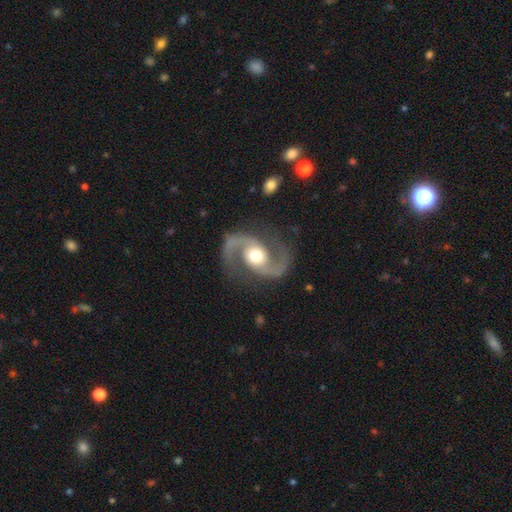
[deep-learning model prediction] Smooth or featured? Predicted: featured or disk (p=0.94). Edge-on disk? Predicted: no (p=0.98). Bar? Predicted: no (p=0.60). Spiral arms? Predicted: yes (p=0.98). Spiral winding? Predicted: medium (p=0.61). Spiral arm count? Predicted: 2 (p=0.95). Bulge size? Predicted: moderate (p=0.66). Merging? Predicted: none (p=0.84).